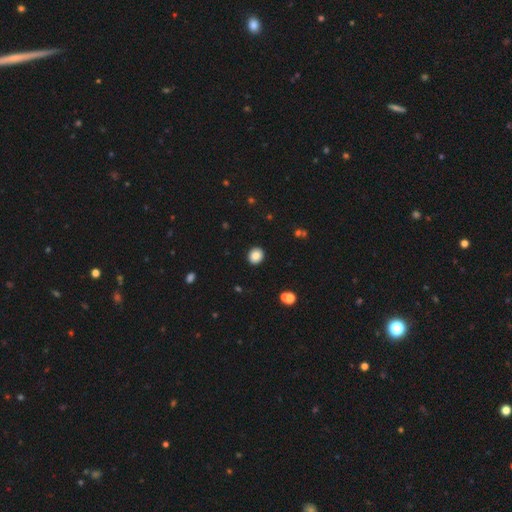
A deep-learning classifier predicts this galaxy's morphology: smooth_or_featured: smooth (p=0.84) [alt: star or artifact p=0.09]
how_rounded: round (p=0.76) [alt: in between p=0.23]
merging: none (p=0.92) [alt: minor disturbance p=0.05]